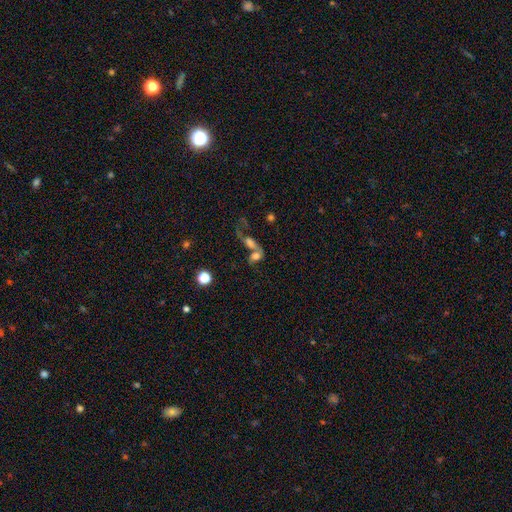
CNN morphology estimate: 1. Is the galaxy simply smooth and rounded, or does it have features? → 50% smooth, 35% featured or disk, 15% star or artifact.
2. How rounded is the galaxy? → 68% in between, 25% round, 7% cigar-shaped.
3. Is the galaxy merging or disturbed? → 70% merger, 14% none, 10% major disturbance, 6% minor disturbance.